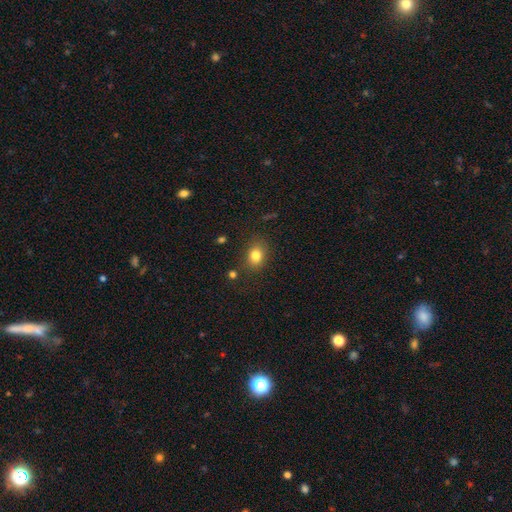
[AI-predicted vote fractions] Overall: smooth (81%). How rounded: in between (58%; round 41%). Merging: none (80%).